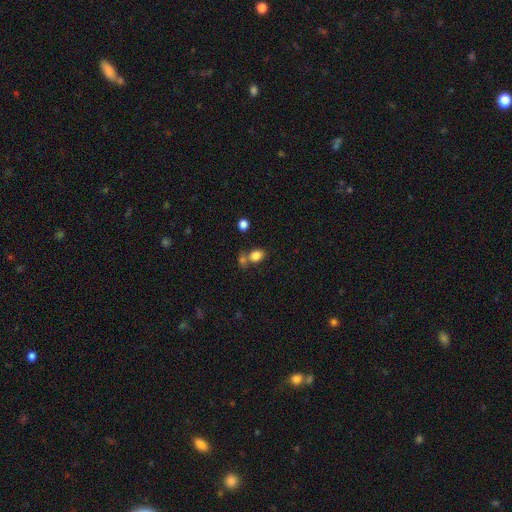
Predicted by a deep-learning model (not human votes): Smooth or featured: smooth — 83% (star or artifact — 11%)
How rounded: in between — 62% (round — 37%)
Merging: none — 52% (merger — 32%)